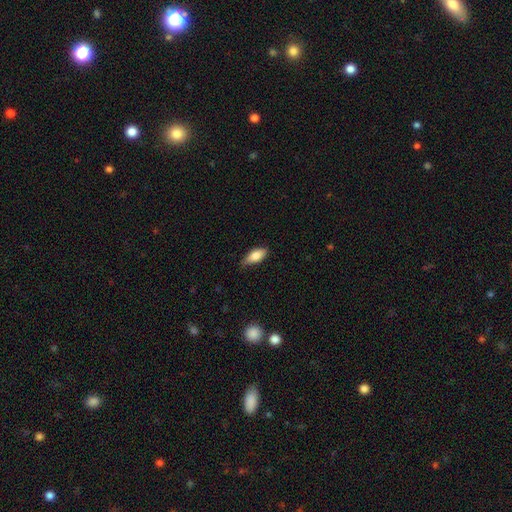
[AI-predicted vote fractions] Morphology: type=smooth (79%); roundness=in between (84%); merging=none (73%).